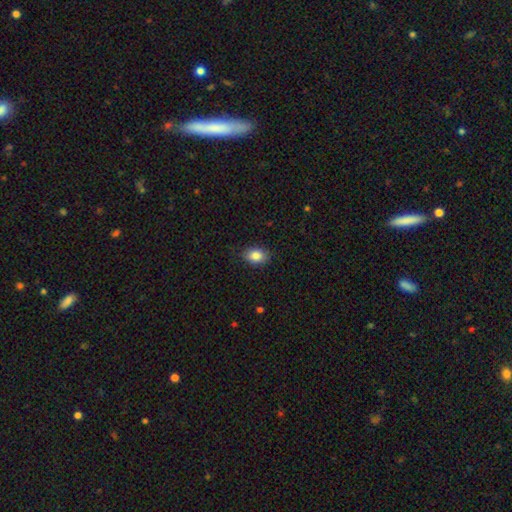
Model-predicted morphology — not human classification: type=smooth (85%); roundness=in between (77%); merging=none (86%).